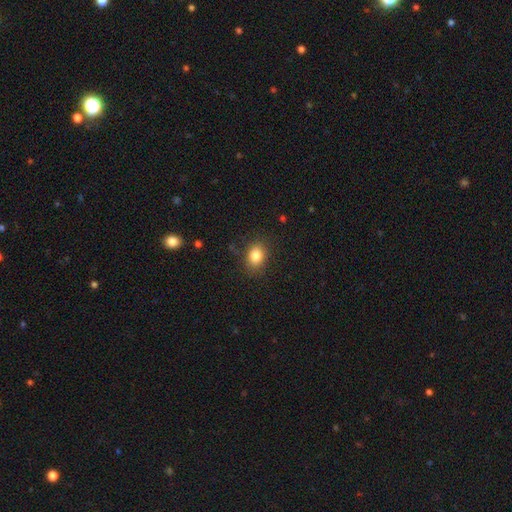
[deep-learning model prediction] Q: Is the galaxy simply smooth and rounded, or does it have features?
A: smooth — 84%.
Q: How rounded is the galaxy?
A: in between — 63%.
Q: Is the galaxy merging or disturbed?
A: none — 85%.